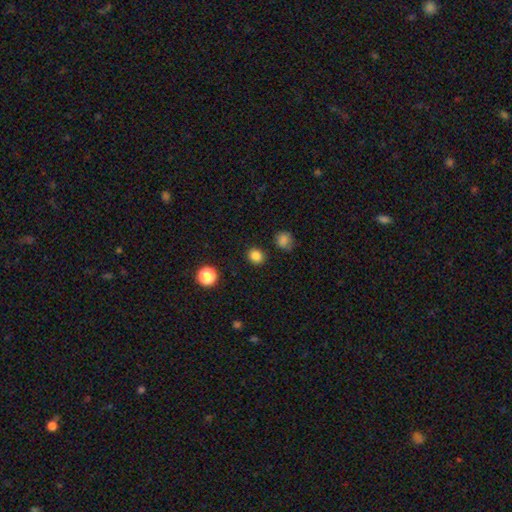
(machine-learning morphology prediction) smooth_or_featured: smooth (p=0.84) [alt: star or artifact p=0.13]
how_rounded: round (p=0.76) [alt: in between p=0.23]
merging: none (p=0.88) [alt: minor disturbance p=0.07]